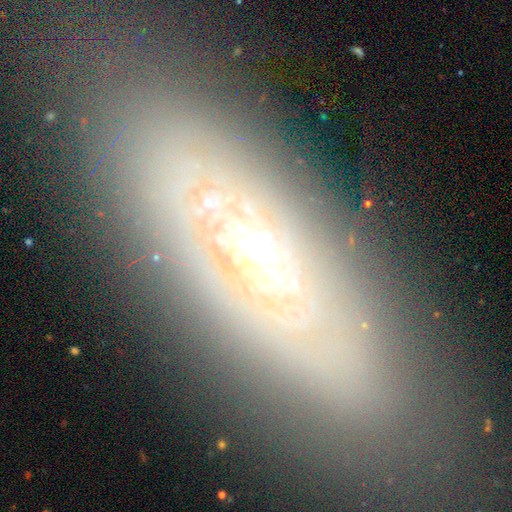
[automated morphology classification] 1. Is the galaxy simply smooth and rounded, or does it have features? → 72% featured or disk, 18% smooth, 10% star or artifact.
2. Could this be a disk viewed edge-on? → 80% no, 20% yes.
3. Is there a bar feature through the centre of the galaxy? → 70% no, 21% weak, 9% strong.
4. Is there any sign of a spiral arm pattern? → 59% yes, 41% no.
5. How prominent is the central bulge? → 72% small, 21% moderate, 3% none, 2% large, 1% dominant.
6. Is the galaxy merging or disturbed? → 77% none, 15% minor disturbance, 6% major disturbance, 2% merger.